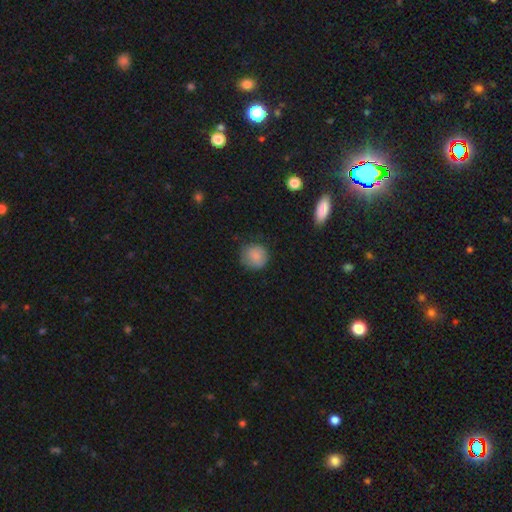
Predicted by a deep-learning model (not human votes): smooth 83%, featured or disk 8%, star or artifact 8%. Down the decision tree: how rounded — round (89%); merging — none (70%).